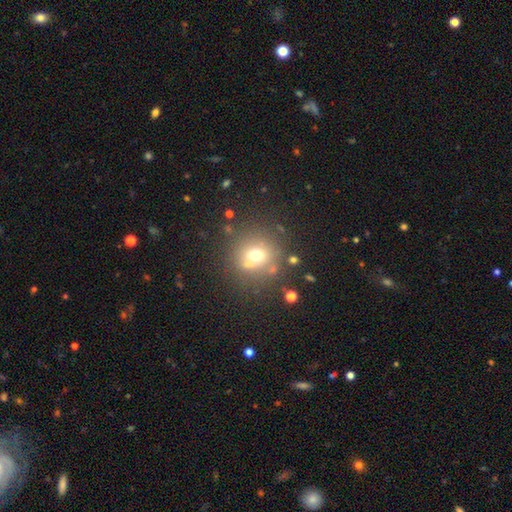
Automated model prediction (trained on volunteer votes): smooth-or-featured: smooth: 64% | star or artifact: 19% | featured or disk: 17%
  how-rounded: round: 88% | in between: 11% | cigar-shaped: 1%
  merging: none: 71% | minor disturbance: 12% | merger: 11% | major disturbance: 6%